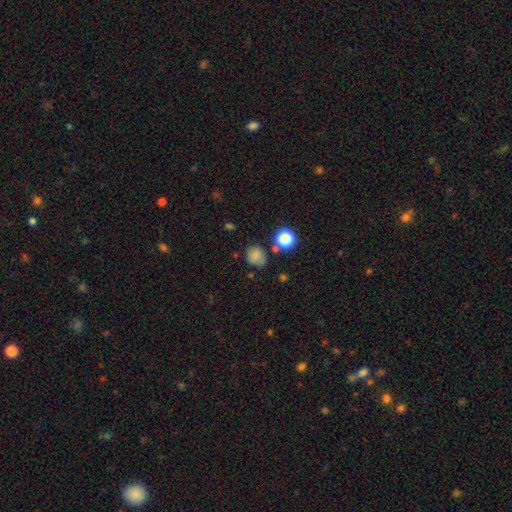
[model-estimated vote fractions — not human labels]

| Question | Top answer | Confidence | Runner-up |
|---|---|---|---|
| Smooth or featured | smooth | 77% | star or artifact (15%) |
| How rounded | round | 66% | in between (33%) |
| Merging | none | 67% | minor disturbance (20%) |